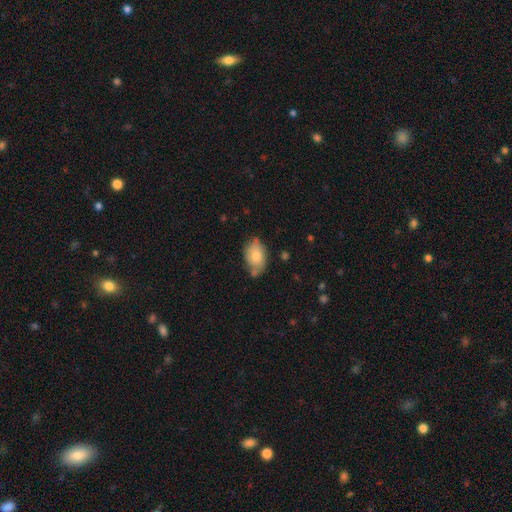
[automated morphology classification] A smooth galaxy with no disk features (76%) that is in between round and cigar-shaped (88%).

Vote fractions:
- Smooth or featured? smooth: 76% / featured or disk: 17% / star or artifact: 7%
- How rounded? in between: 88% / round: 11% / cigar-shaped: 1%
- Merging? none: 59% / minor disturbance: 28% / merger: 8% / major disturbance: 5%